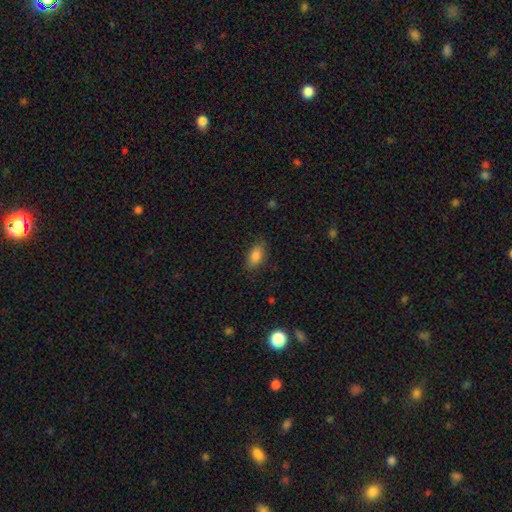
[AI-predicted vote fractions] A smooth galaxy with no disk features (84%) that is in between round and cigar-shaped (88%).

Vote fractions:
- Smooth or featured? smooth: 84% / featured or disk: 8% / star or artifact: 8%
- How rounded? in between: 88% / cigar-shaped: 7% / round: 5%
- Merging? none: 82% / minor disturbance: 13% / major disturbance: 3% / merger: 1%